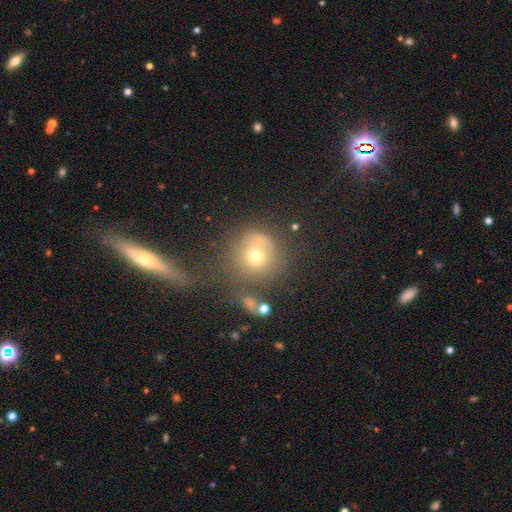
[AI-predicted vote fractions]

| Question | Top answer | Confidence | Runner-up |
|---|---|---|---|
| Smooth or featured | smooth | 64% | featured or disk (21%) |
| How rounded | round | 89% | in between (10%) |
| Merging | none | 44% | merger (21%) |